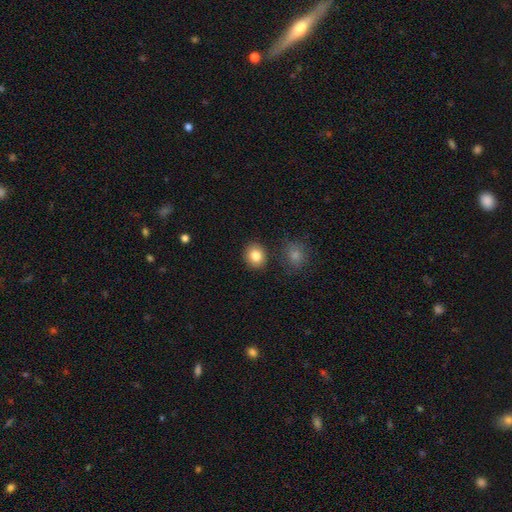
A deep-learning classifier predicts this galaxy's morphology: This appears to be a smooth galaxy with no disk features (84%) that is round (69%). Merging: none (86%).